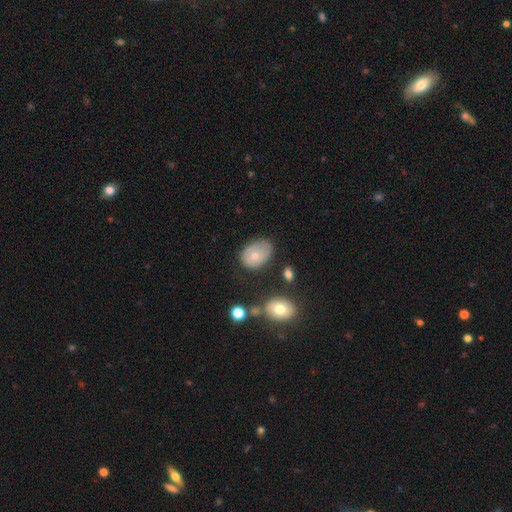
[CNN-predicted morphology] Smooth or featured? Predicted: smooth (p=0.68). How rounded? Predicted: in between (p=0.72). Merging? Predicted: none (p=0.54).